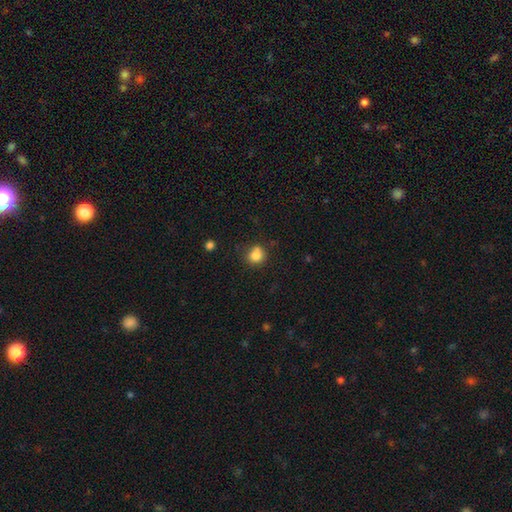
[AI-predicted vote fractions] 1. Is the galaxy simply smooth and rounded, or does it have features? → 81% smooth, 11% star or artifact, 8% featured or disk.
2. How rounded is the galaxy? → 84% round, 15% in between, 1% cigar-shaped.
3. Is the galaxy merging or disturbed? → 62% none, 18% minor disturbance, 15% merger, 5% major disturbance.